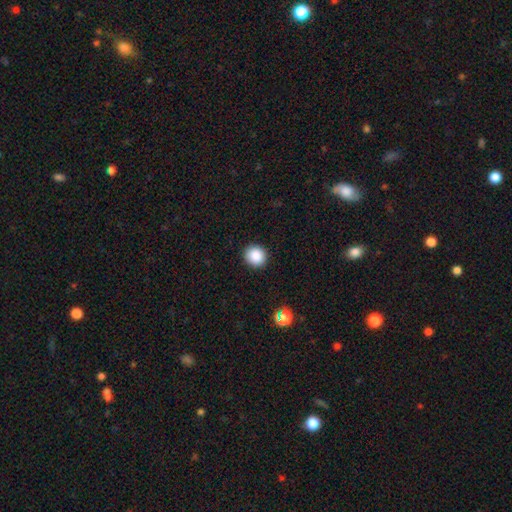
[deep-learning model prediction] Overall: smooth (87%). How rounded: round (90%). Merging: none (92%).